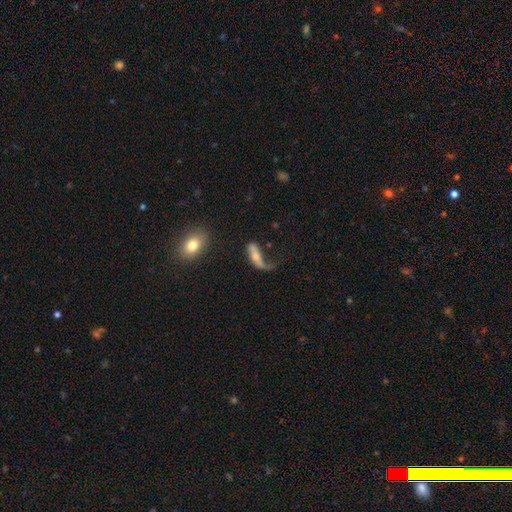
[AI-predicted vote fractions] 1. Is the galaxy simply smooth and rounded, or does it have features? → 46% featured or disk, 45% smooth, 9% star or artifact.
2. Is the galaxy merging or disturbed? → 49% major disturbance, 25% none, 18% minor disturbance, 8% merger.